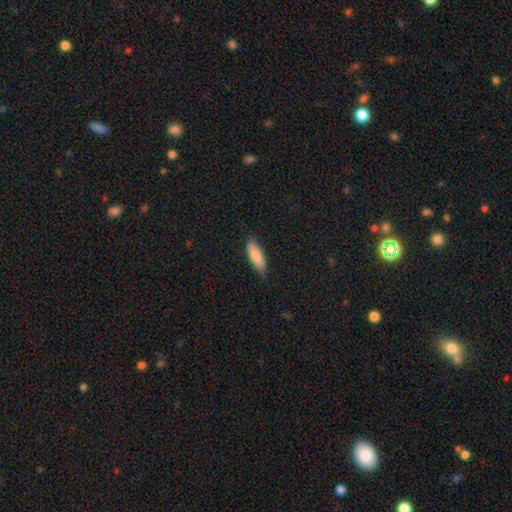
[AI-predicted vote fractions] Smooth or featured? Predicted: smooth (p=0.81). How rounded? Predicted: in between (p=0.56). Merging? Predicted: none (p=0.80).